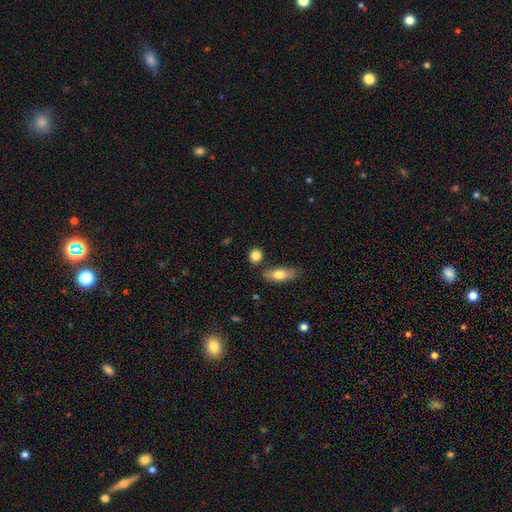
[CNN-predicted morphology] smooth 85%, star or artifact 8%, featured or disk 7%. Down the decision tree: how rounded — round (68%); merging — none (76%).